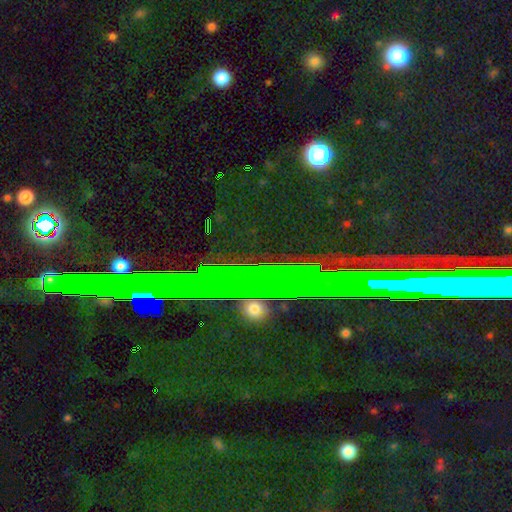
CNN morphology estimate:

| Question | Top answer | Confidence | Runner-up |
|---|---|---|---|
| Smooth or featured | star or artifact | 76% | featured or disk (13%) |